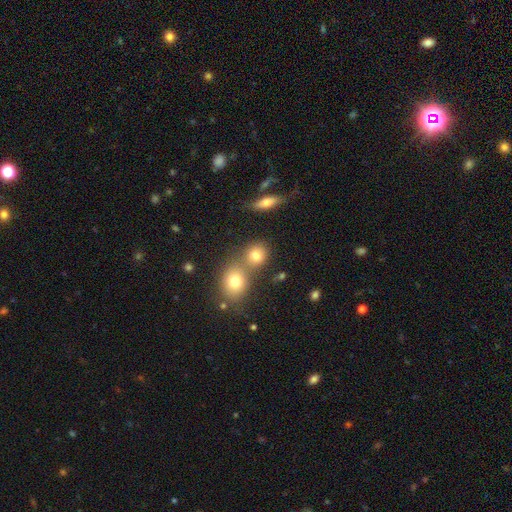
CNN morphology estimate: Smooth or featured? Predicted: smooth (p=0.75). How rounded? Predicted: round (p=0.73). Merging? Predicted: none (p=0.52).